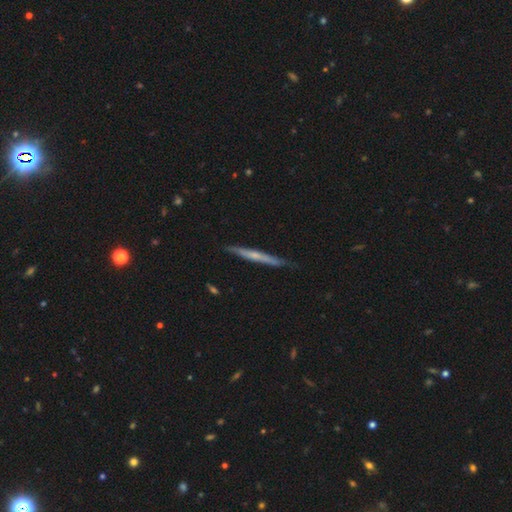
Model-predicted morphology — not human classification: Smooth or featured?
  - featured or disk: 57% *
  - smooth: 37%
  - star or artifact: 6%
Edge-on disk?
  - yes: 96% *
  - no: 4%
Edge-on bulge?
  - none: 53% *
  - rounded: 41%
  - boxy: 6%
Merging?
  - none: 83% *
  - minor disturbance: 13%
  - major disturbance: 2%
  - merger: 1%